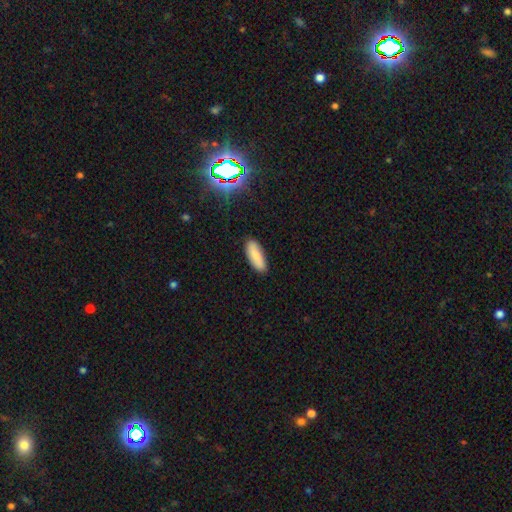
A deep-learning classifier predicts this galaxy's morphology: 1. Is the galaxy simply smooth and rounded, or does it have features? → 83% smooth, 10% featured or disk, 7% star or artifact.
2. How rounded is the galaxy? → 65% in between, 33% cigar-shaped, 2% round.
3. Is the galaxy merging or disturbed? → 86% none, 11% minor disturbance, 2% major disturbance, 1% merger.